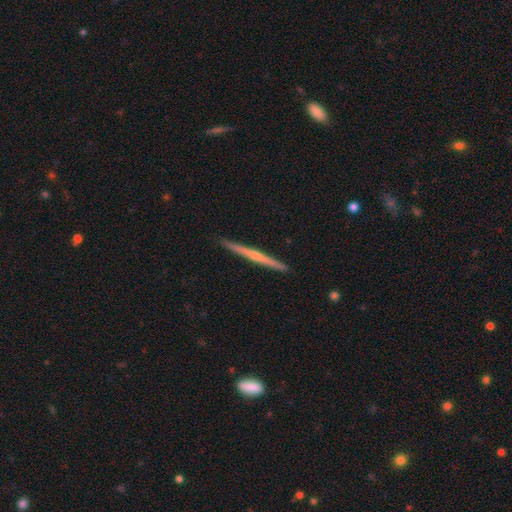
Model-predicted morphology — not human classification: Smooth or featured? Predicted: featured or disk (p=0.69). Edge-on disk? Predicted: yes (p=0.98). Edge-on bulge? Predicted: rounded (p=0.53). Merging? Predicted: none (p=0.93).